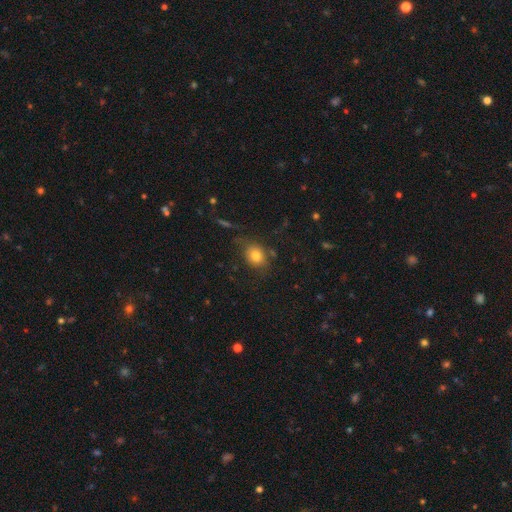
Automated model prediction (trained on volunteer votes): Overall: smooth (78%). How rounded: round (58%; in between 40%). Merging: none (64%).